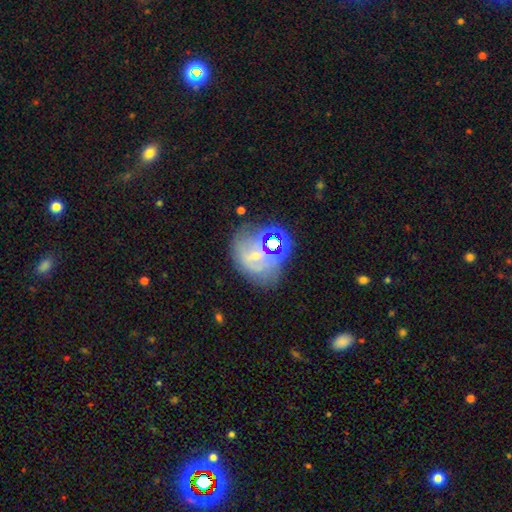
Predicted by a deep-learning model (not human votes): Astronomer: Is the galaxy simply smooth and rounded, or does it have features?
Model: featured or disk — 45% (runner-up: smooth, 30%).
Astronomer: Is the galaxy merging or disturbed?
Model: none — 52%.